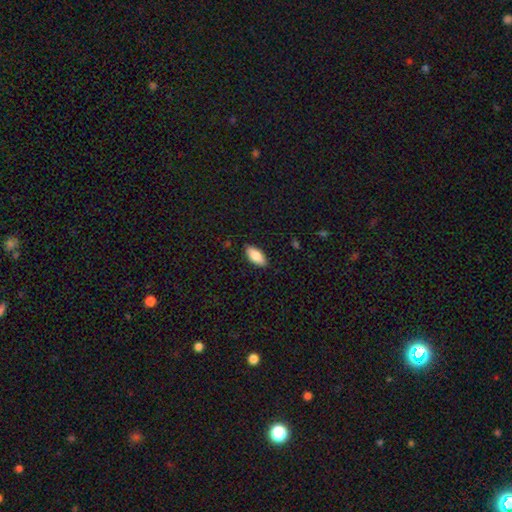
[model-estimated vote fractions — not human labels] smooth-or-featured: smooth: 85% | featured or disk: 9% | star or artifact: 6%
  how-rounded: in between: 89% | cigar-shaped: 9% | round: 2%
  merging: none: 88% | minor disturbance: 9% | major disturbance: 2% | merger: 1%